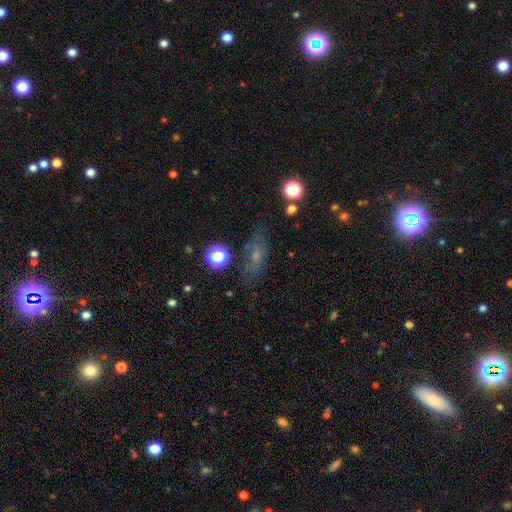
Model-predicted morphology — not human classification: A smooth galaxy with no disk features (46%). Merging: none (75%).